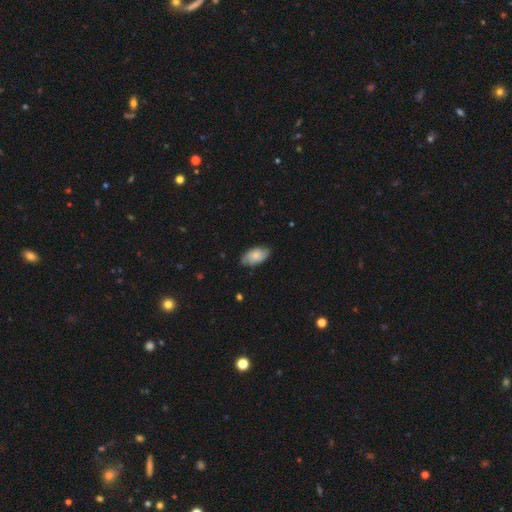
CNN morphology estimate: Q: Smooth or featured?
A: smooth (61%); runner-up: featured or disk (33%)
Q: How rounded?
A: in between (93%); runner-up: round (4%)
Q: Merging?
A: none (77%); runner-up: minor disturbance (19%)